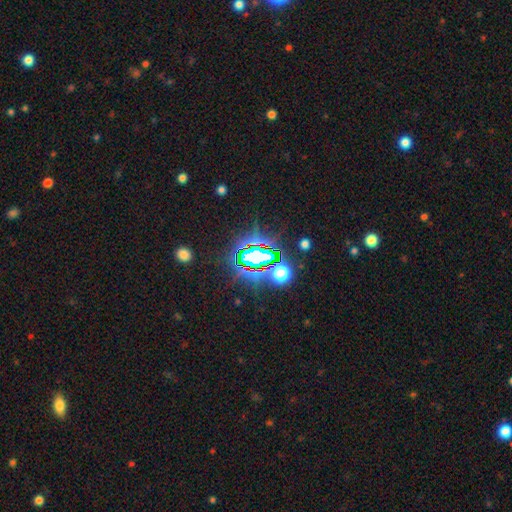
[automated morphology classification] type=star or artifact (75%).